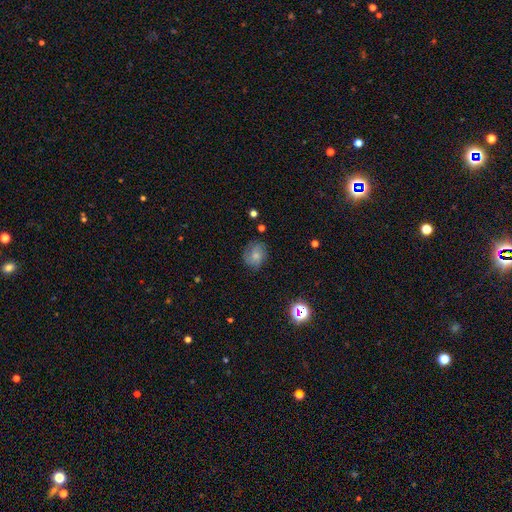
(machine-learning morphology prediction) Smooth or featured?
  - smooth: 61% *
  - featured or disk: 27%
  - star or artifact: 12%
How rounded?
  - round: 69% *
  - in between: 30%
  - cigar-shaped: 1%
Merging?
  - none: 73% *
  - minor disturbance: 19%
  - major disturbance: 6%
  - merger: 1%